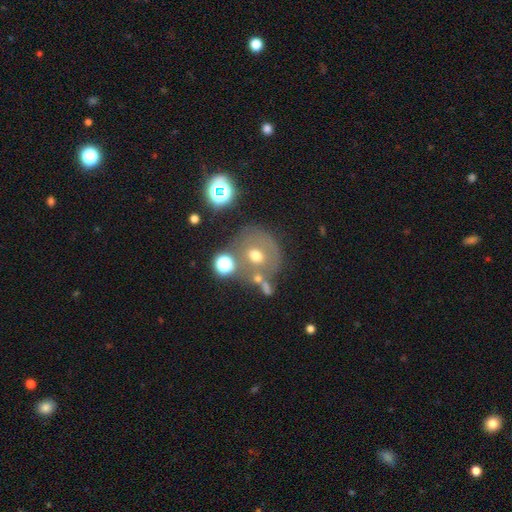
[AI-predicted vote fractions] A smooth galaxy with no disk features (54%) that is round (76%). Merging: none (57%).